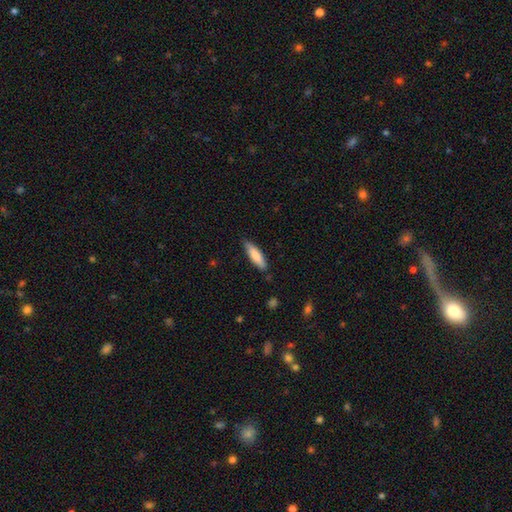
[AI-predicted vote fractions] Smooth or featured? smooth (78%)
How rounded? cigar-shaped (66%)
Merging? none (83%)